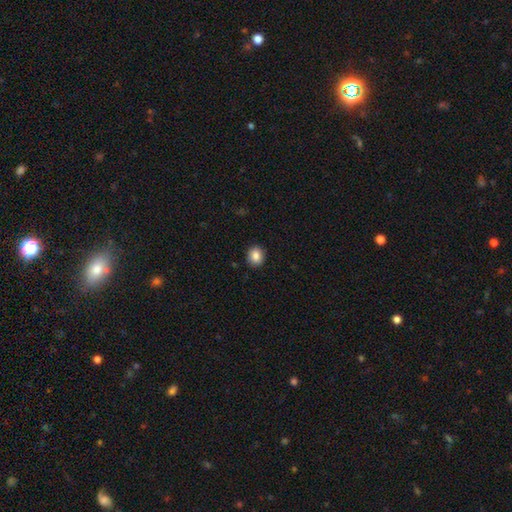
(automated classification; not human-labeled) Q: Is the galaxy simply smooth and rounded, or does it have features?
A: smooth — 85%.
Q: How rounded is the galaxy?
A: round — 73%.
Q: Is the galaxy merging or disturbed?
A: none — 91%.